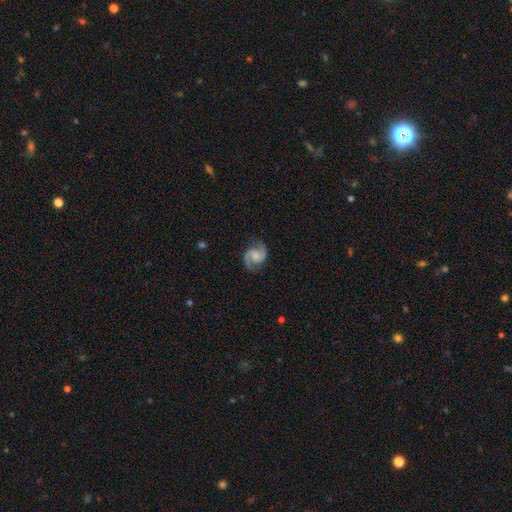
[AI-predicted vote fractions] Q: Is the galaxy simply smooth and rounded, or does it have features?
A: featured or disk — 91%.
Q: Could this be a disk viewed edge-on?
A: no — 98%.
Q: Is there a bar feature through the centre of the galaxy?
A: no — 57%.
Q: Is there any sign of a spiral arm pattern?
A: yes — 98%.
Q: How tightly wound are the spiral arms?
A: medium — 61%.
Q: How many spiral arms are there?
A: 2 — 94%.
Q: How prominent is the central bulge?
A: small — 34%, tied with moderate.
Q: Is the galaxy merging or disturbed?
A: none — 84%.